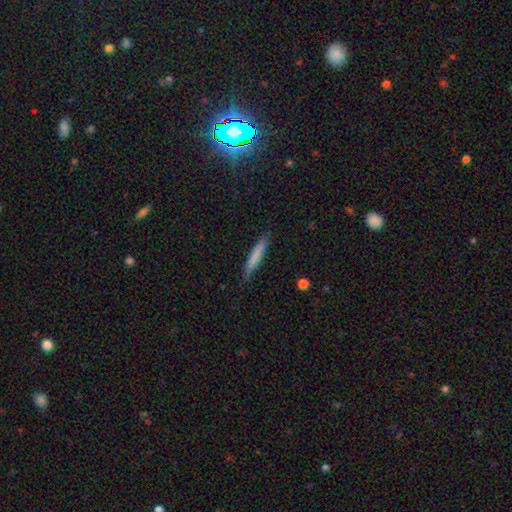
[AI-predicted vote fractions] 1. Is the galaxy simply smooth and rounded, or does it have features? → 75% smooth, 18% featured or disk, 6% star or artifact.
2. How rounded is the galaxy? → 93% cigar-shaped, 5% in between, 1% round.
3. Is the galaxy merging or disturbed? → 84% none, 12% minor disturbance, 2% major disturbance, 1% merger.